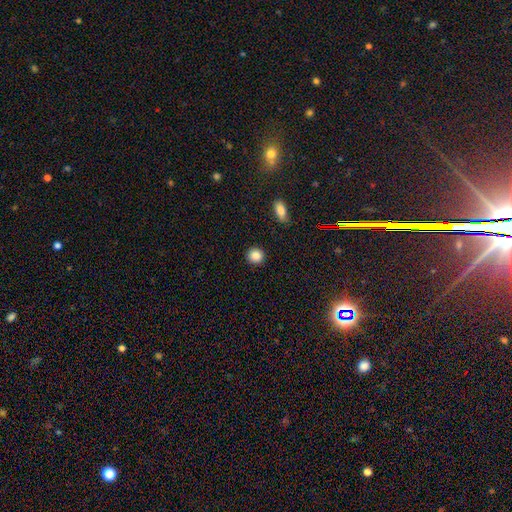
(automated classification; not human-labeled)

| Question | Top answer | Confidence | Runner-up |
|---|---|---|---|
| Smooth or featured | smooth | 86% | star or artifact (9%) |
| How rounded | round | 90% | in between (9%) |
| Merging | none | 92% | minor disturbance (5%) |